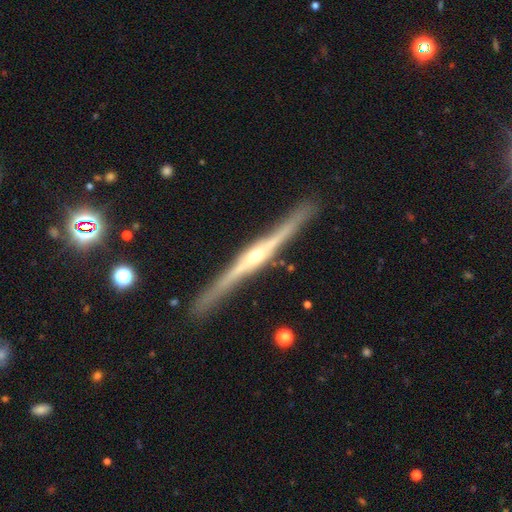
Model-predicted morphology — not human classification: Smooth or featured? Predicted: featured or disk (p=0.87). Edge-on disk? Predicted: yes (p=0.98). Edge-on bulge? Predicted: rounded (p=0.85). Merging? Predicted: none (p=0.90).